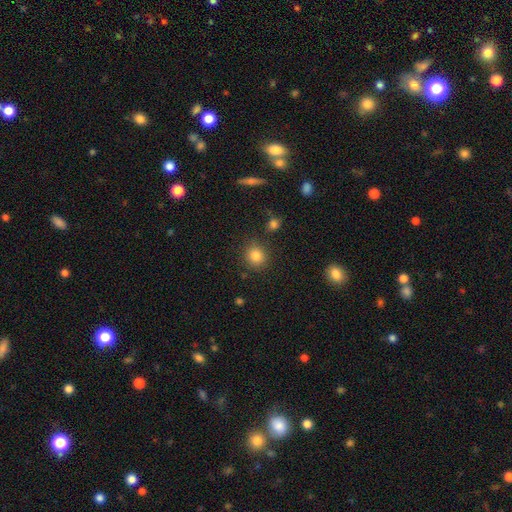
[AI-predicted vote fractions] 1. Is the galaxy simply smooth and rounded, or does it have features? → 83% smooth, 12% star or artifact, 5% featured or disk.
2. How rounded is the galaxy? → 87% round, 12% in between, 1% cigar-shaped.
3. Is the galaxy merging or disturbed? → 84% none, 9% minor disturbance, 4% merger, 3% major disturbance.